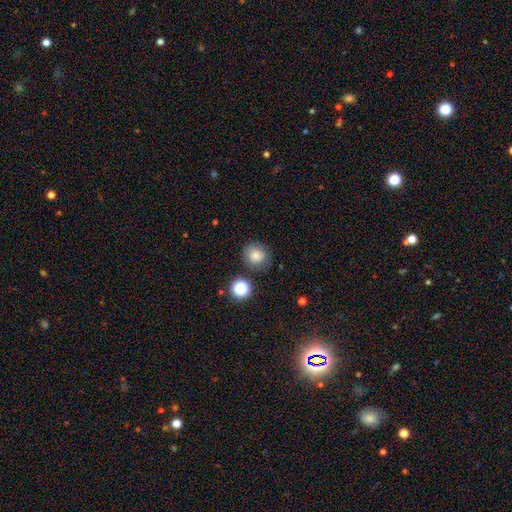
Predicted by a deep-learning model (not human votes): A smooth galaxy with no disk features (81%) that is round (86%).

Vote fractions:
- Smooth or featured? smooth: 81% / star or artifact: 12% / featured or disk: 6%
- How rounded? round: 86% / in between: 13% / cigar-shaped: 1%
- Merging? none: 80% / minor disturbance: 12% / merger: 4% / major disturbance: 4%